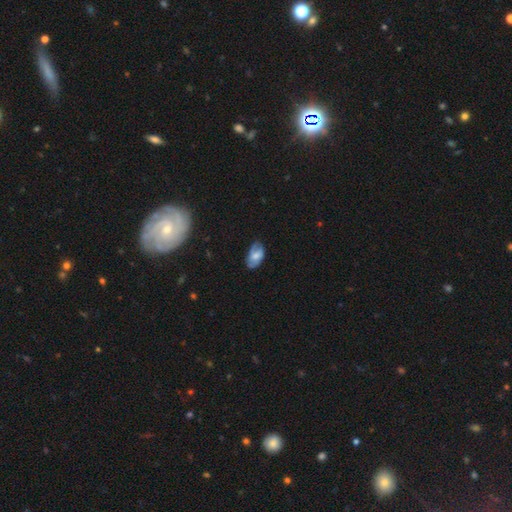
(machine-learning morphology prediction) This appears to be a smooth galaxy with no disk features (53%) that is in between round and cigar-shaped (92%). Merging: none (66%).